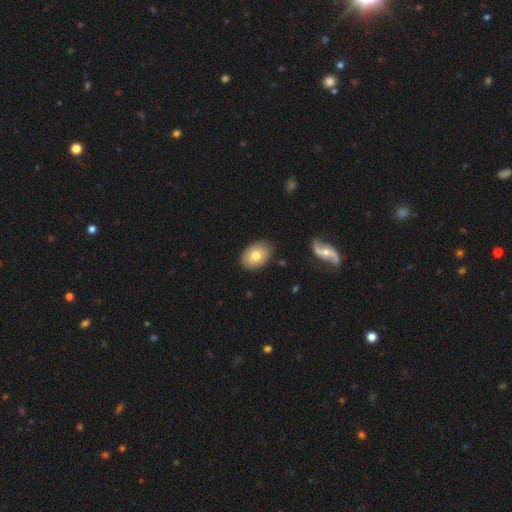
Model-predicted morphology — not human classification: smooth-or-featured: smooth: 74% | featured or disk: 19% | star or artifact: 7%
  how-rounded: in between: 83% | round: 16% | cigar-shaped: 1%
  merging: none: 83% | minor disturbance: 13% | major disturbance: 2% | merger: 2%